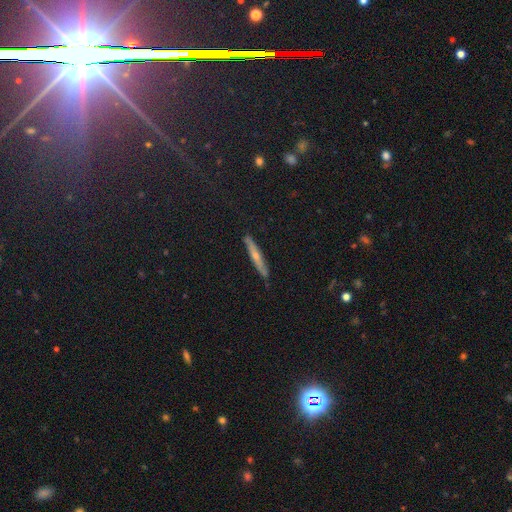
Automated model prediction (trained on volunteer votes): This is possibly a featured or disk galaxy (52%). It is clearly viewed edge-on (91%). Merging: clearly none (86%).